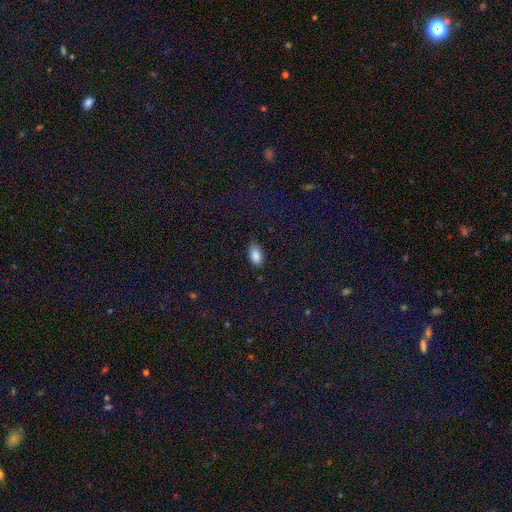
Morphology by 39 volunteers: type=smooth (82%); roundness=in between (88%); merging=none (83%).